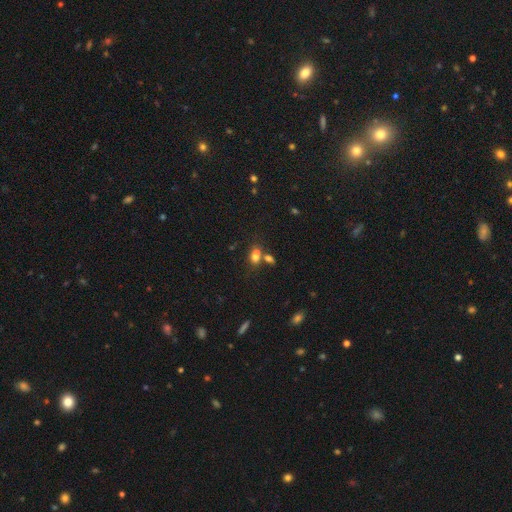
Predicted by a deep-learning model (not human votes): This appears to be a smooth galaxy with no disk features (71%) that is in between round and cigar-shaped (72%). Merging: merger (51%).